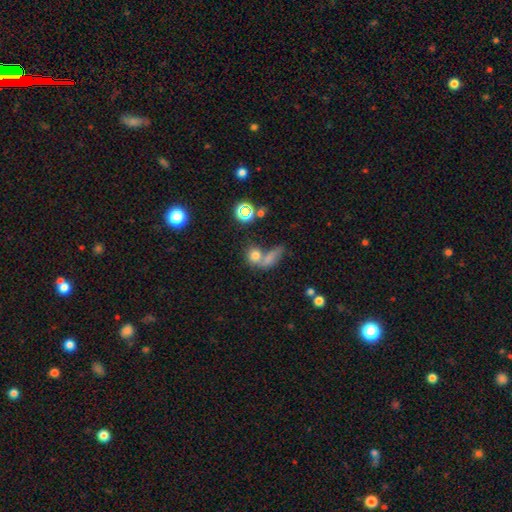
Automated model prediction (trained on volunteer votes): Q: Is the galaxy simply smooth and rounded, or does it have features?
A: smooth — 73%.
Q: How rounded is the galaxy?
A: round — 59%.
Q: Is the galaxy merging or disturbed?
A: merger — 46%.